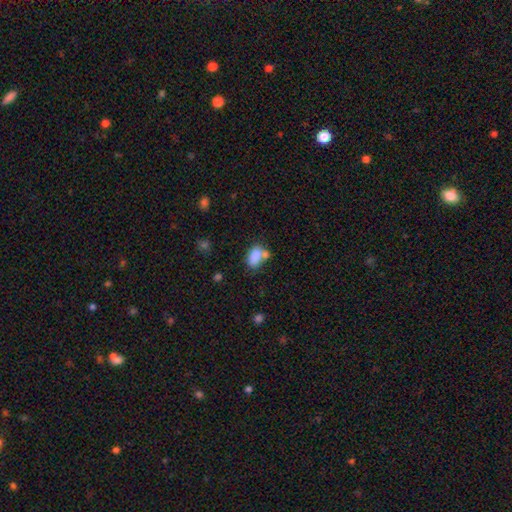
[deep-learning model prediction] Smooth or featured? Predicted: smooth (p=0.81). How rounded? Predicted: in between (p=0.88). Merging? Predicted: none (p=0.39).